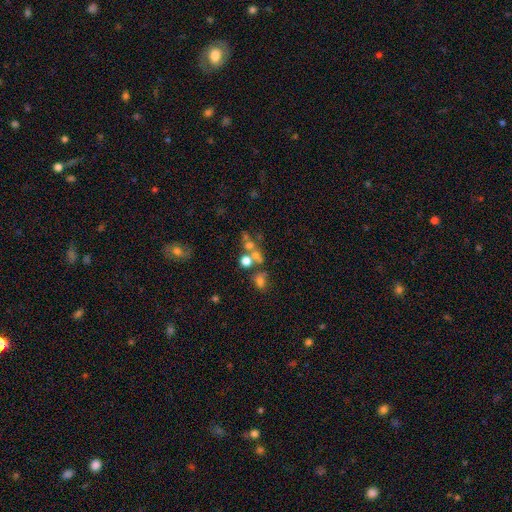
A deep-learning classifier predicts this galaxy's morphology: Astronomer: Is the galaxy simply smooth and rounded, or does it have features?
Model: smooth — 45% (runner-up: star or artifact, 30%).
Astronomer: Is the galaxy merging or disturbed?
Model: none — 41%, tied with merger at 41%.